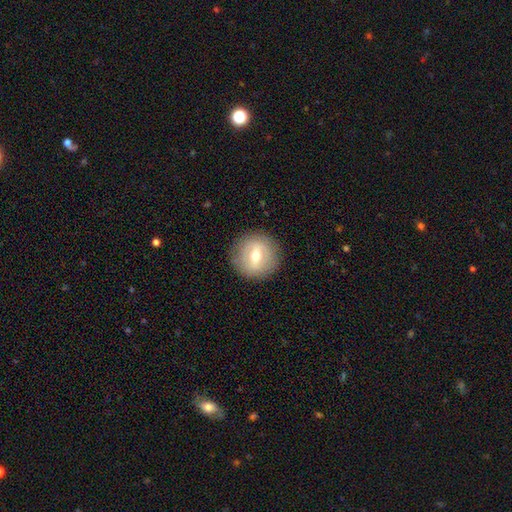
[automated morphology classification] smooth_or_featured: featured or disk (p=0.49) [alt: smooth p=0.43]
merging: none (p=0.87) [alt: minor disturbance p=0.09]